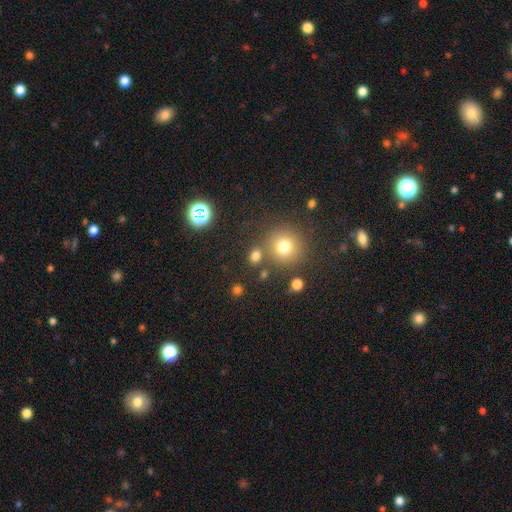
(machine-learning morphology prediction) smooth 72%, star or artifact 21%, featured or disk 7%. Down the decision tree: how rounded — round (73%); merging — none (73%).